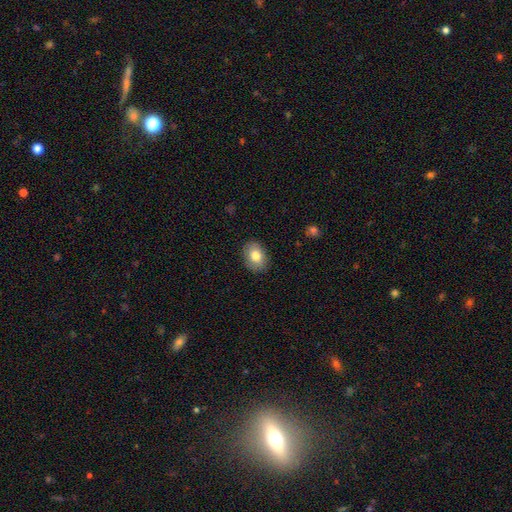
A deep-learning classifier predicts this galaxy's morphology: Q: Smooth or featured?
A: smooth (81%); runner-up: featured or disk (12%)
Q: How rounded?
A: in between (73%); runner-up: round (26%)
Q: Merging?
A: none (87%); runner-up: minor disturbance (10%)